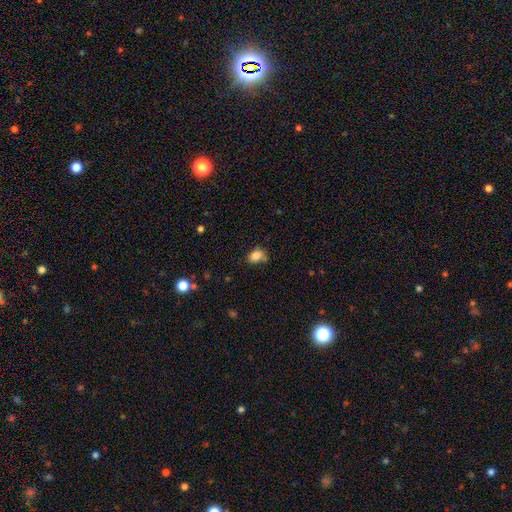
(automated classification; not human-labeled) Smooth or featured?
  - smooth: 83% *
  - star or artifact: 10%
  - featured or disk: 6%
How rounded?
  - in between: 70% *
  - round: 28%
  - cigar-shaped: 1%
Merging?
  - none: 59% *
  - minor disturbance: 28%
  - major disturbance: 7%
  - merger: 6%